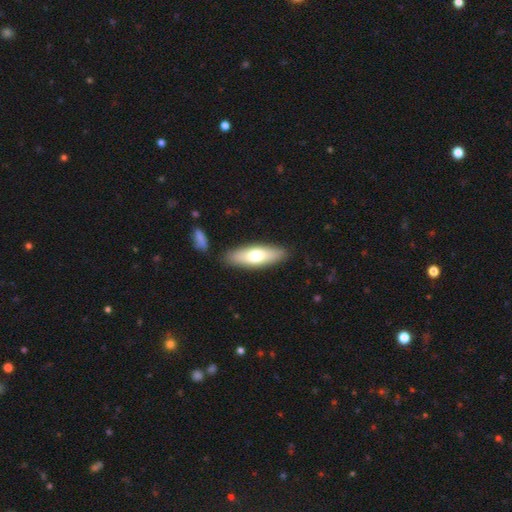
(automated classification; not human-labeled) Smooth or featured?
  - smooth: 65% *
  - featured or disk: 30%
  - star or artifact: 5%
How rounded?
  - in between: 53% *
  - cigar-shaped: 45%
  - round: 2%
Merging?
  - none: 84% *
  - minor disturbance: 10%
  - merger: 4%
  - major disturbance: 2%